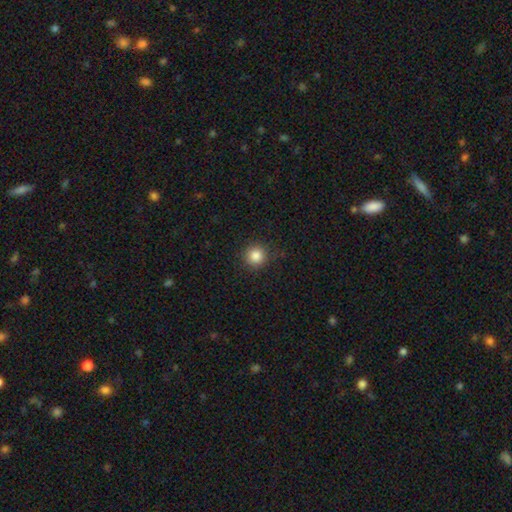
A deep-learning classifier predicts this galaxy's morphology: The model was most divided on "smooth or featured": smooth: 85%, star or artifact: 10%, featured or disk: 4%. More confident: how rounded — round (94%); merging — none (89%).